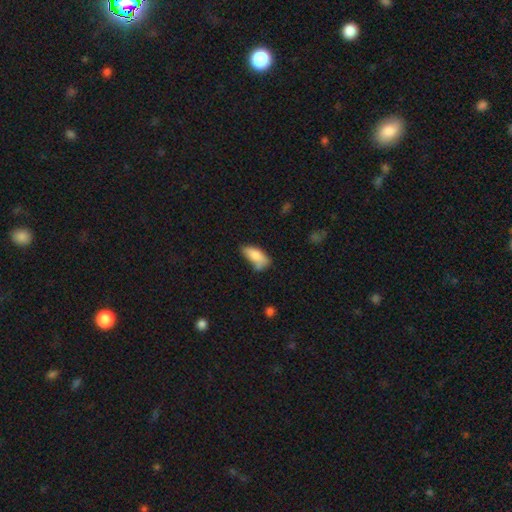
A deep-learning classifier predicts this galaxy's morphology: smooth_or_featured: smooth (p=0.81) [alt: featured or disk p=0.12]
how_rounded: in between (p=0.85) [alt: cigar-shaped p=0.12]
merging: none (p=0.42) [alt: minor disturbance p=0.33]